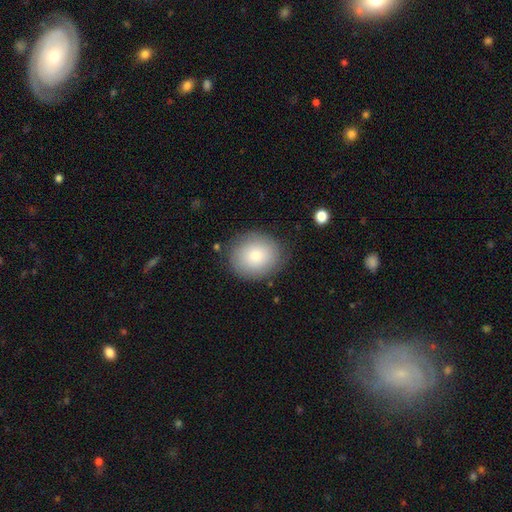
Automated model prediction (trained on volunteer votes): smooth 80%, featured or disk 12%, star or artifact 7%. Down the decision tree: how rounded — round (77%); merging — none (83%).